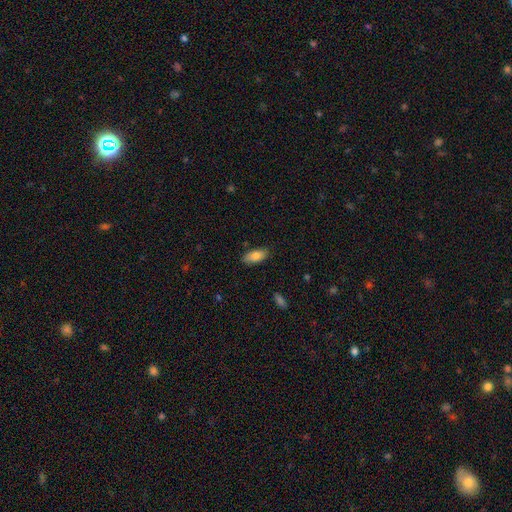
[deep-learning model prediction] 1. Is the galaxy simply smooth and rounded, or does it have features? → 81% smooth, 12% featured or disk, 7% star or artifact.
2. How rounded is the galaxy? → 87% in between, 10% cigar-shaped, 2% round.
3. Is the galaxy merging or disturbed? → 85% none, 12% minor disturbance, 2% major disturbance, 1% merger.